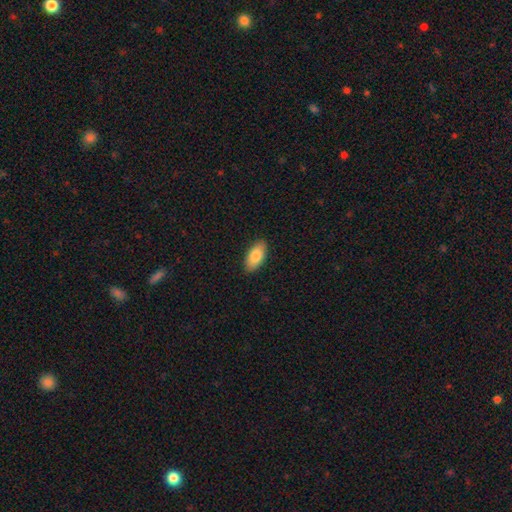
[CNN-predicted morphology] A smooth galaxy with no disk features (83%) that is in between round and cigar-shaped (92%). Merging: none (89%).